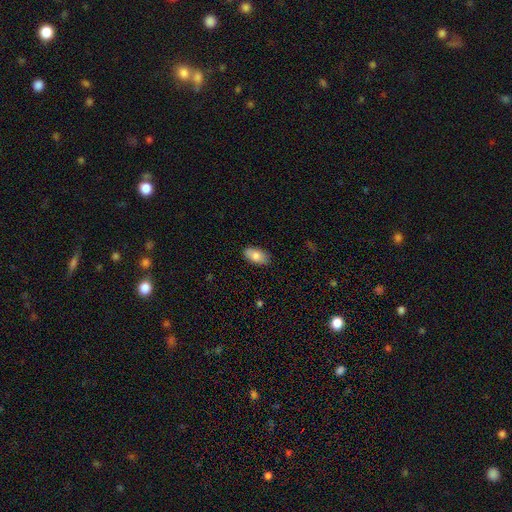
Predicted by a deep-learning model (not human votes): smooth_or_featured: smooth (p=0.80) [alt: featured or disk p=0.14]
how_rounded: in between (p=0.93) [alt: round p=0.03]
merging: none (p=0.87) [alt: minor disturbance p=0.10]